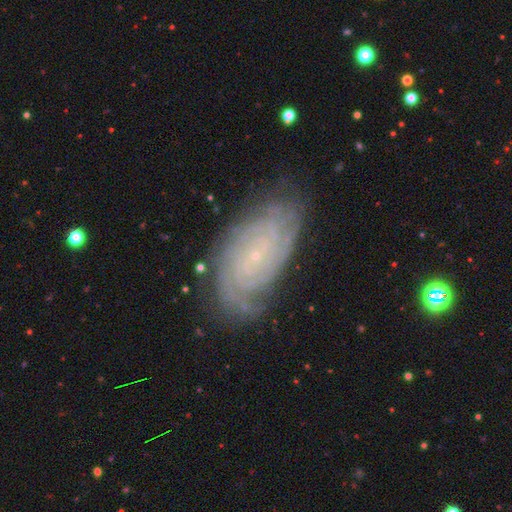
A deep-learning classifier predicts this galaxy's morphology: featured or disk 82%, smooth 11%, star or artifact 7%. Down the decision tree: edge-on disk — no (95%); bar — no (74%); spiral arms — yes (96%); spiral arm count — can't tell (36%); spiral winding — tight (75%); bulge size — small (89%); merging — none (76%).